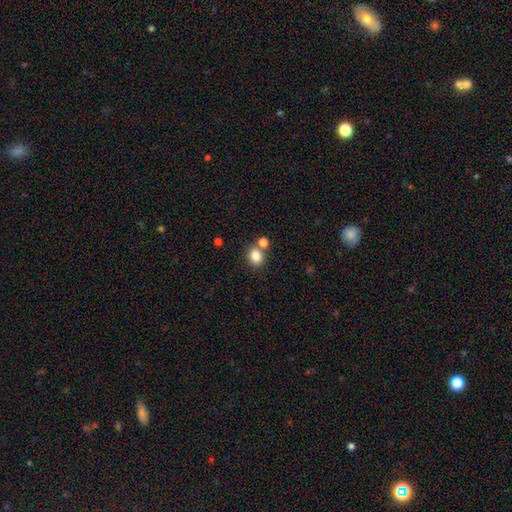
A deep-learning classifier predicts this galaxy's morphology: Q: Smooth or featured?
A: smooth (83%); runner-up: star or artifact (11%)
Q: How rounded?
A: round (60%); runner-up: in between (39%)
Q: Merging?
A: none (66%); runner-up: merger (22%)